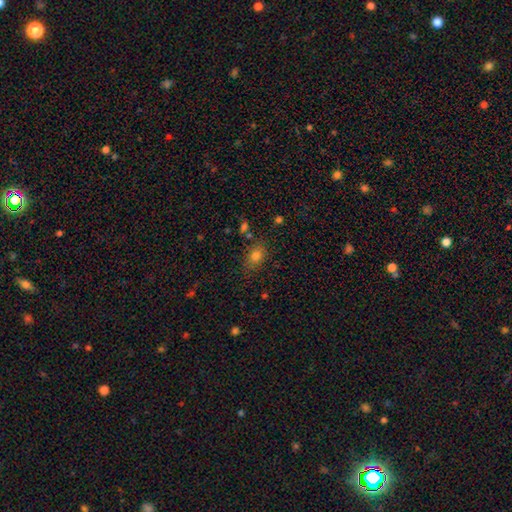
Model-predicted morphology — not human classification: type=smooth (76%); roundness=in between (66%); merging=none (78%).